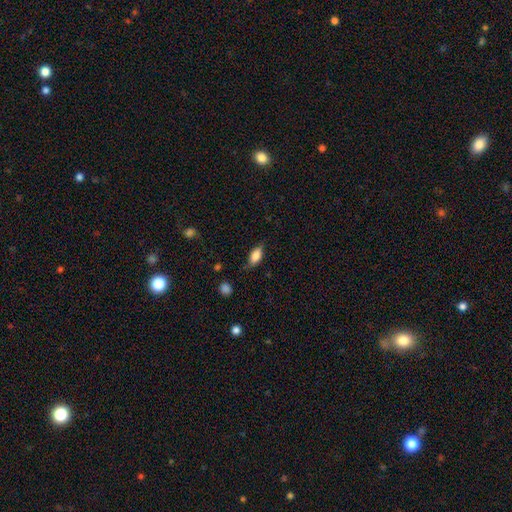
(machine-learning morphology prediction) Smooth or featured? Predicted: smooth (p=0.78). How rounded? Predicted: in between (p=0.85). Merging? Predicted: none (p=0.70).